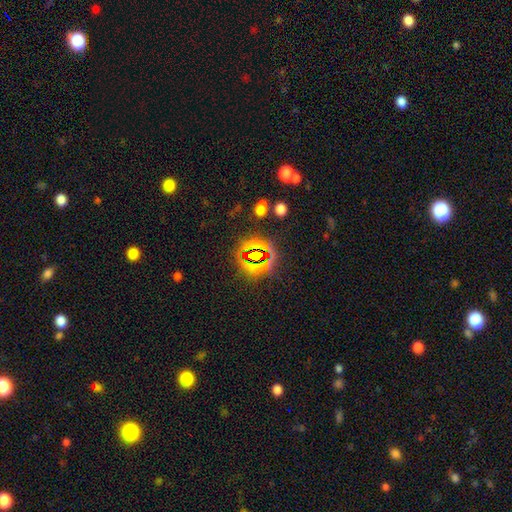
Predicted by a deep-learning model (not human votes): Morphology: type=star or artifact (72%).